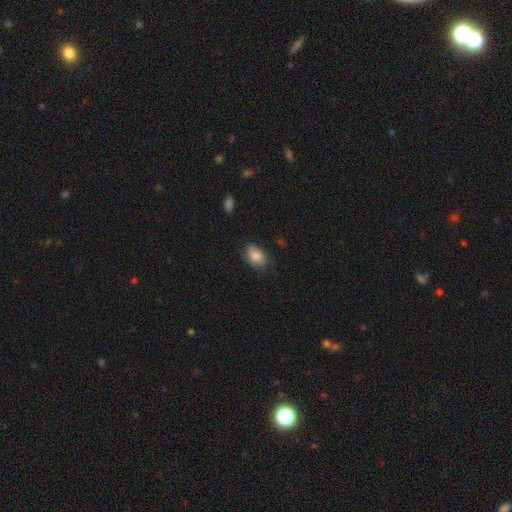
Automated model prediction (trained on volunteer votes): Smooth or featured?
  - smooth: 81% *
  - featured or disk: 11%
  - star or artifact: 8%
How rounded?
  - in between: 85% *
  - round: 14%
  - cigar-shaped: 1%
Merging?
  - none: 72% *
  - minor disturbance: 21%
  - major disturbance: 6%
  - merger: 1%